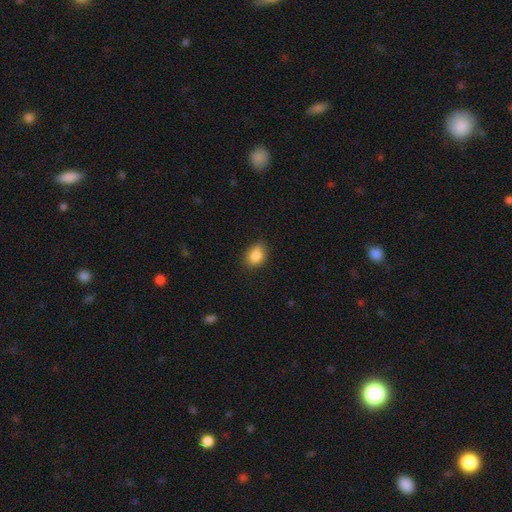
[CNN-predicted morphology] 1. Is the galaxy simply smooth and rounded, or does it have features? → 87% smooth, 9% star or artifact, 5% featured or disk.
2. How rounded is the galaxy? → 62% in between, 37% round, 1% cigar-shaped.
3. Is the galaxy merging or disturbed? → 77% none, 19% minor disturbance, 3% major disturbance, 1% merger.